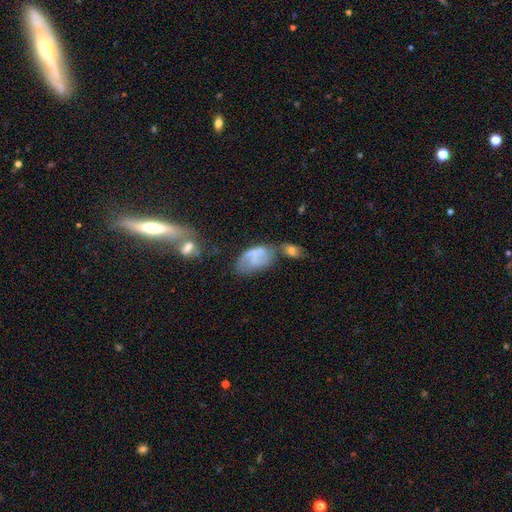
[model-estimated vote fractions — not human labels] smooth_or_featured: smooth (p=0.45) [tied with: featured or disk p=0.45]
merging: none (p=0.37) [alt: minor disturbance p=0.25]